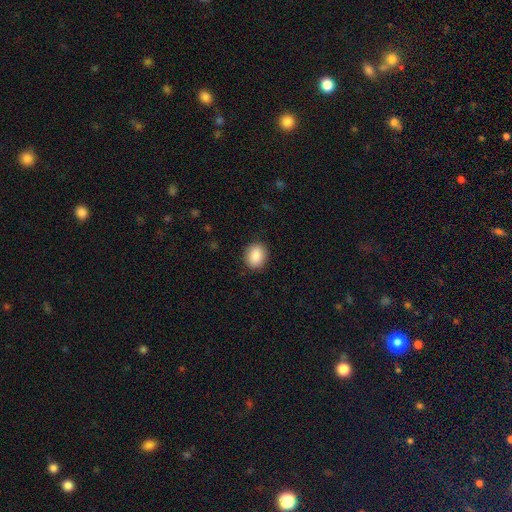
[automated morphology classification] Smooth or featured?
  - smooth: 89% *
  - star or artifact: 8%
  - featured or disk: 4%
How rounded?
  - round: 54% *
  - in between: 45%
  - cigar-shaped: 1%
Merging?
  - none: 88% *
  - minor disturbance: 8%
  - major disturbance: 2%
  - merger: 1%